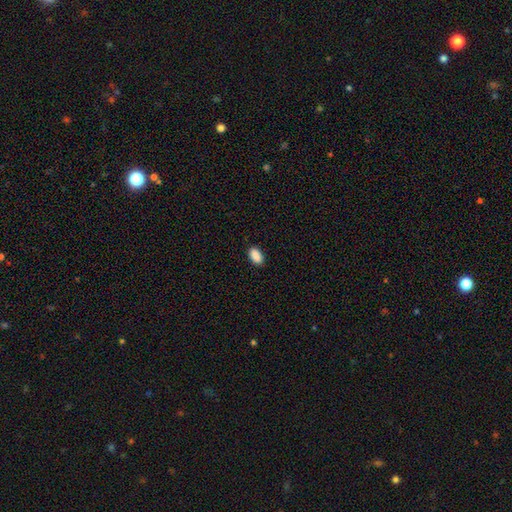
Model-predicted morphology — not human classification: Smooth or featured: smooth — 90% (star or artifact — 7%)
How rounded: in between — 93% (round — 4%)
Merging: none — 89% (minor disturbance — 8%)